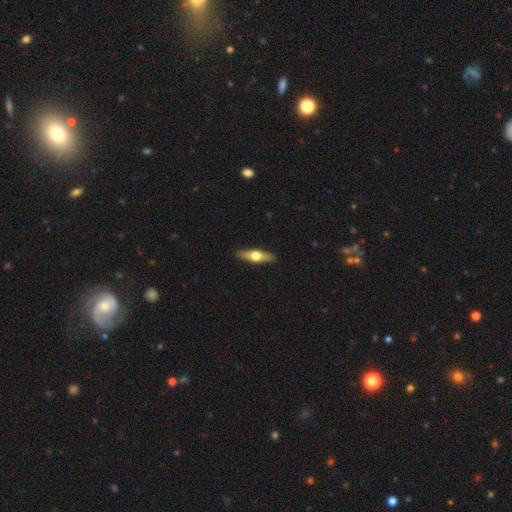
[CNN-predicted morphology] Overall: featured or disk (52%; smooth 42%). Edge-on disk: yes (91%). Merging: none (90%).